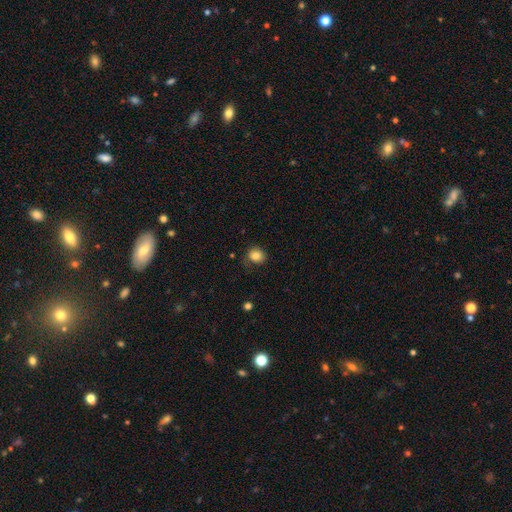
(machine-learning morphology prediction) A smooth galaxy with no disk features (83%) that is round (74%).

Vote fractions:
- Smooth or featured? smooth: 83% / star or artifact: 10% / featured or disk: 7%
- How rounded? round: 74% / in between: 25% / cigar-shaped: 1%
- Merging? none: 74% / minor disturbance: 19% / major disturbance: 6% / merger: 1%